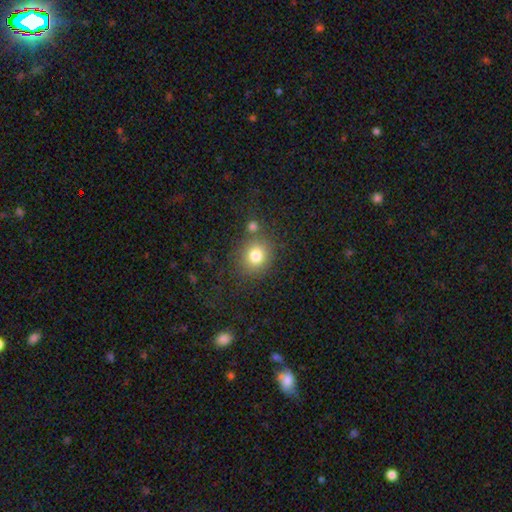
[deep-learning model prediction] smooth-or-featured: smooth: 80% | star or artifact: 12% | featured or disk: 8%
  how-rounded: round: 82% | in between: 17% | cigar-shaped: 1%
  merging: none: 74% | merger: 12% | minor disturbance: 10% | major disturbance: 4%